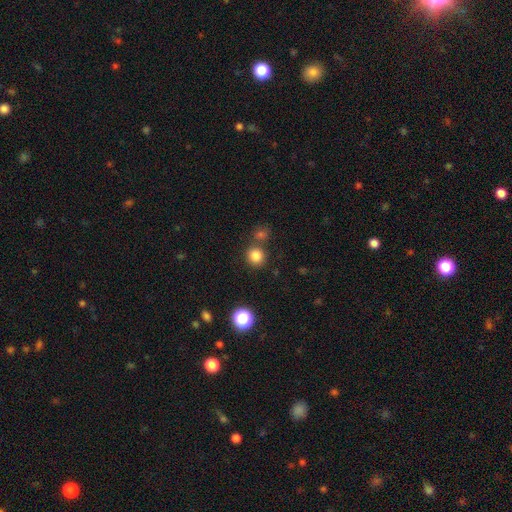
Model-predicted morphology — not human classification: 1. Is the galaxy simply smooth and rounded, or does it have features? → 81% smooth, 14% star or artifact, 5% featured or disk.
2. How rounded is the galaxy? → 88% round, 11% in between, 1% cigar-shaped.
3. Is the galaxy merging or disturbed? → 74% none, 15% merger, 8% minor disturbance, 3% major disturbance.